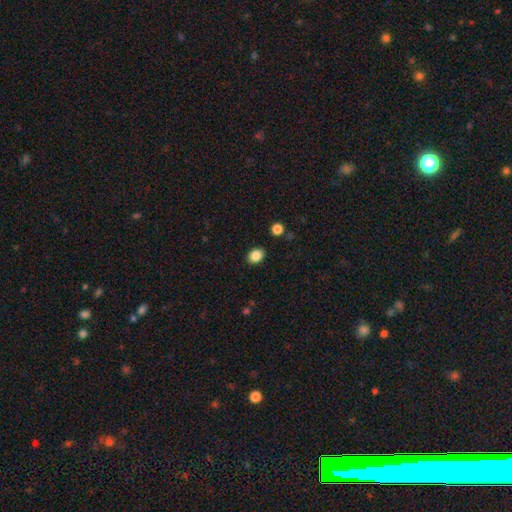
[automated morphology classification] A smooth galaxy with no disk features (86%) that is in between round and cigar-shaped (64%). Merging: none (88%).